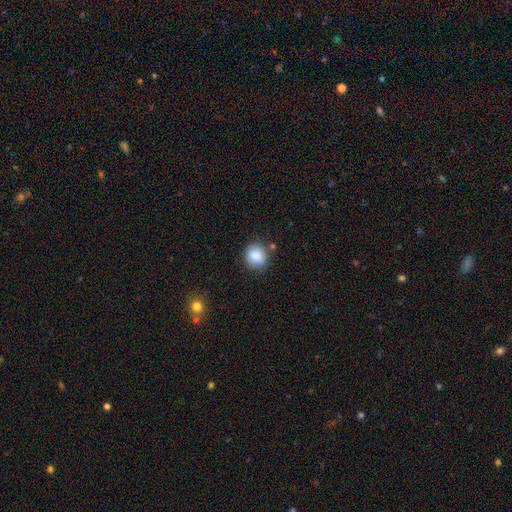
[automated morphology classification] Smooth or featured?
  - smooth: 87% *
  - star or artifact: 8%
  - featured or disk: 5%
How rounded?
  - round: 76% *
  - in between: 23%
  - cigar-shaped: 1%
Merging?
  - none: 78% *
  - minor disturbance: 14%
  - merger: 4%
  - major disturbance: 4%